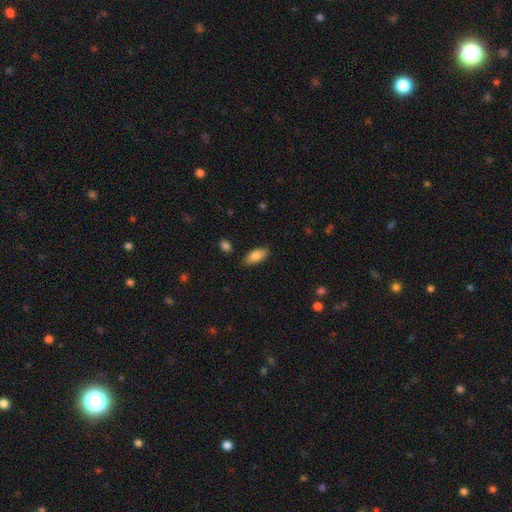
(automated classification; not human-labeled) Smooth or featured? Predicted: smooth (p=0.82). How rounded? Predicted: in between (p=0.86). Merging? Predicted: none (p=0.85).